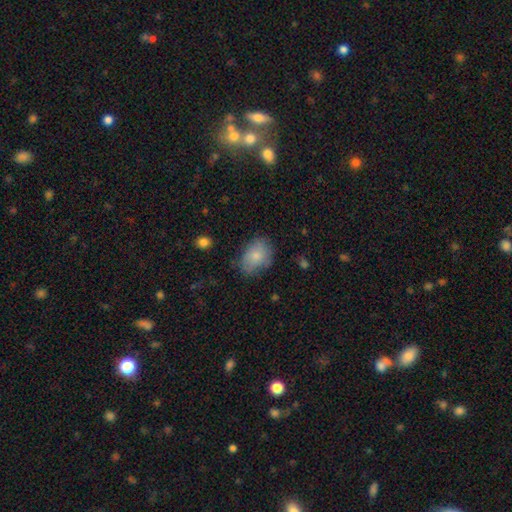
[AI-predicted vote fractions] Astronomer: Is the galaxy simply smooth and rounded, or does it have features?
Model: smooth — 80%.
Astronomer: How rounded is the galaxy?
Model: in between — 78%.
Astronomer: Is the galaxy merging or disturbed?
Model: none — 67%.